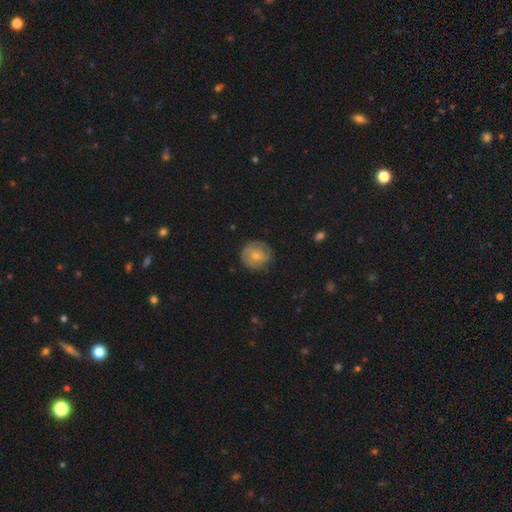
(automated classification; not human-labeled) Smooth or featured? Predicted: smooth (p=0.47). Merging? Predicted: none (p=0.78).